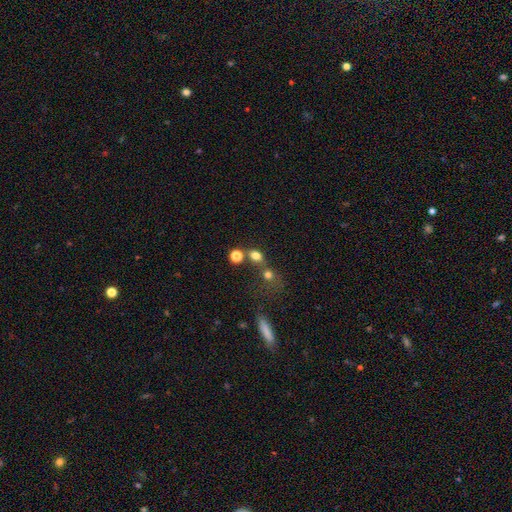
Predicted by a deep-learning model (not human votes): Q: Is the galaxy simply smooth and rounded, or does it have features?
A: smooth — 74%.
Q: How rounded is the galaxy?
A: round — 62%.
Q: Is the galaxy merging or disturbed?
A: none — 45%.